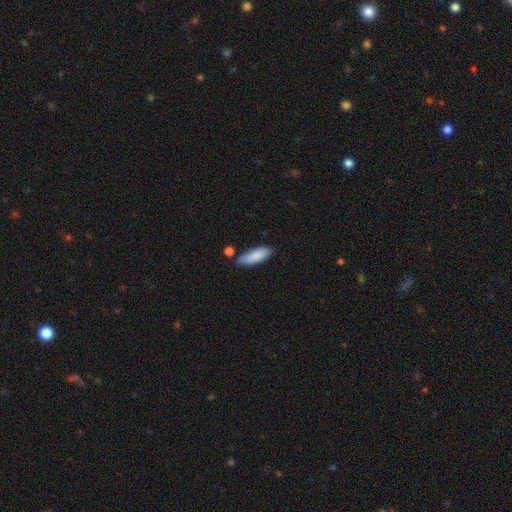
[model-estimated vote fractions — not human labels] Smooth or featured? smooth (85%)
How rounded? in between (71%)
Merging? none (72%)